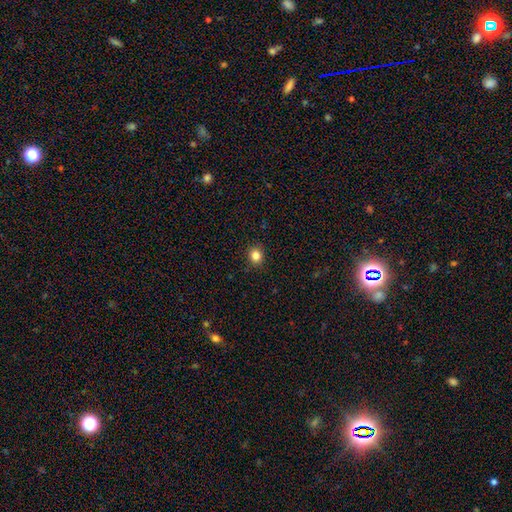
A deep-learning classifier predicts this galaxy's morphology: Smooth or featured?
  - smooth: 84% *
  - star or artifact: 12%
  - featured or disk: 4%
How rounded?
  - round: 81% *
  - in between: 18%
  - cigar-shaped: 1%
Merging?
  - none: 90% *
  - minor disturbance: 7%
  - major disturbance: 2%
  - merger: 1%